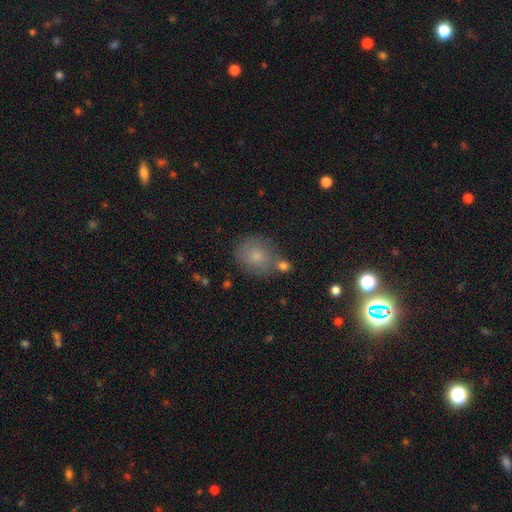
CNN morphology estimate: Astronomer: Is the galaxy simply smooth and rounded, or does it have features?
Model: smooth — 78%.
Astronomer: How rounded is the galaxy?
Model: round — 70%.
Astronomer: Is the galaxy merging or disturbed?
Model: none — 67%.